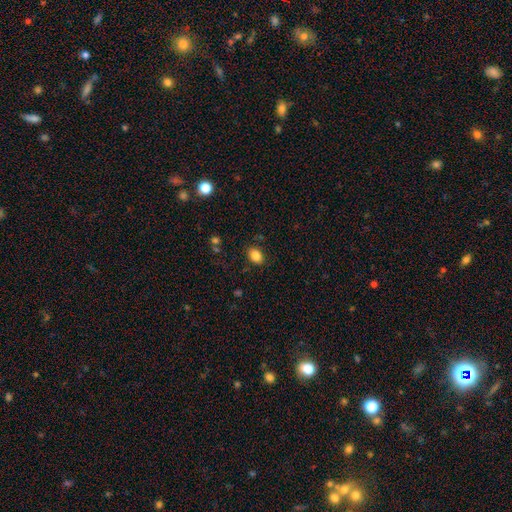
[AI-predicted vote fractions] This appears to be a smooth galaxy with no disk features (86%) that is in between round and cigar-shaped (75%). Merging: none (84%).